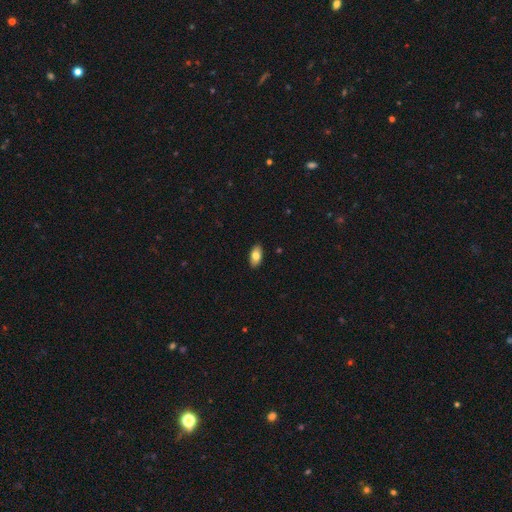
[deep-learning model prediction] Smooth or featured? smooth (79%)
How rounded? in between (93%)
Merging? none (89%)